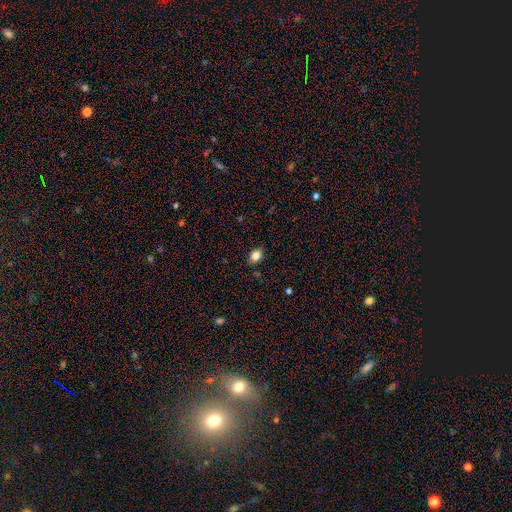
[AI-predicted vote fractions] smooth-or-featured: smooth: 81% | star or artifact: 10% | featured or disk: 8%
  how-rounded: in between: 74% | round: 24% | cigar-shaped: 2%
  merging: none: 85% | minor disturbance: 12% | major disturbance: 2% | merger: 1%